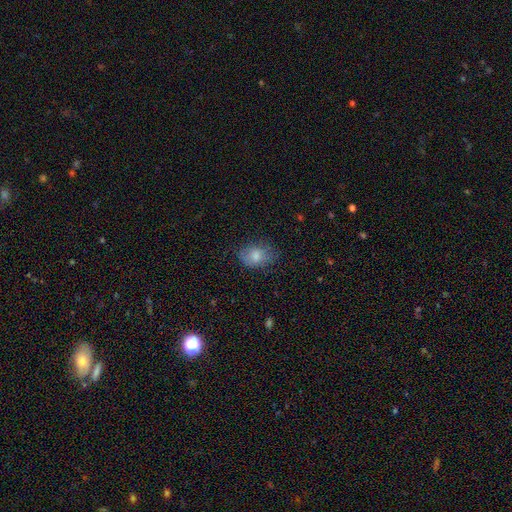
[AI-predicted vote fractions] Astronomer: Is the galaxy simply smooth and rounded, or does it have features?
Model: smooth — 79%.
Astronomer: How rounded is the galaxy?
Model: in between — 78%.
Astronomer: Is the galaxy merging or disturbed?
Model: none — 66%.